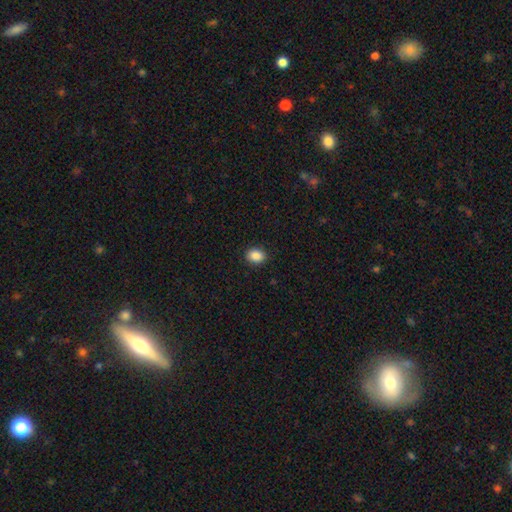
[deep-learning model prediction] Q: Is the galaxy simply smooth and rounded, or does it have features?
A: smooth — 88%.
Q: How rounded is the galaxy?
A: in between — 54%.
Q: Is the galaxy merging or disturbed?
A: none — 90%.